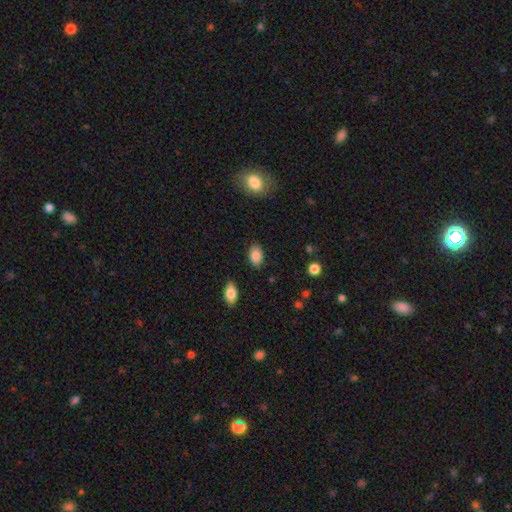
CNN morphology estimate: This is clearly a smooth galaxy (85%). How rounded: clearly in between (88%). Merging: clearly none (85%).